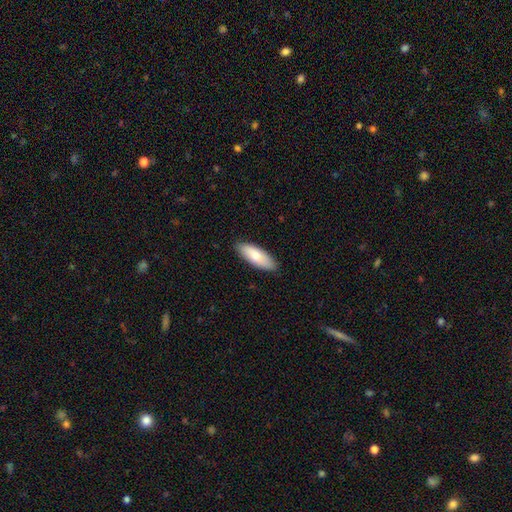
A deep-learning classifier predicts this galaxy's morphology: The model was most divided on "how rounded": in between: 72%, cigar-shaped: 26%, round: 2%. More confident: merging — none (87%); smooth or featured — smooth (75%).